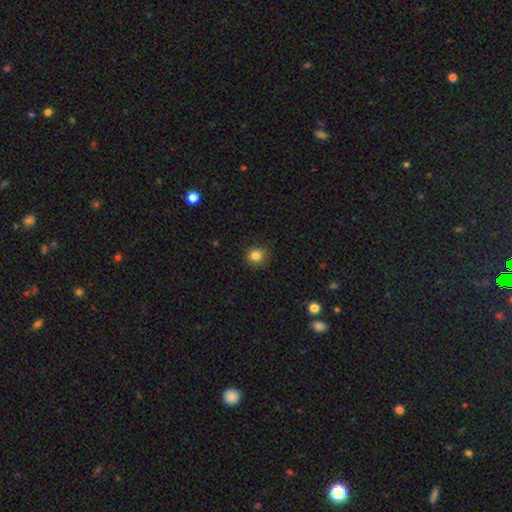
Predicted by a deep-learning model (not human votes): Smooth or featured? smooth (84%)
How rounded? round (85%)
Merging? none (88%)